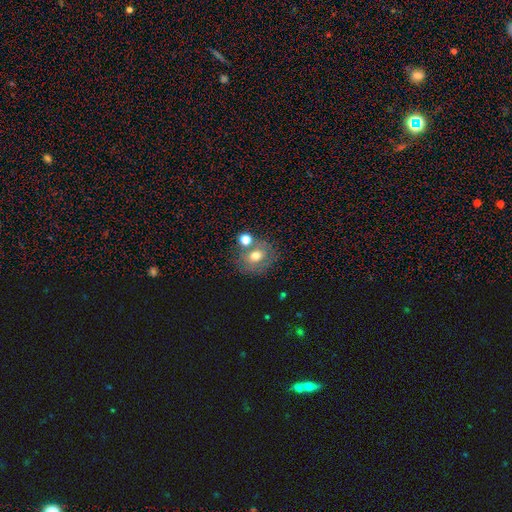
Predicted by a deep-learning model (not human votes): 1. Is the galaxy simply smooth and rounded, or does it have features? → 65% smooth, 21% featured or disk, 14% star or artifact.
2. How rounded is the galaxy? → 64% round, 34% in between, 1% cigar-shaped.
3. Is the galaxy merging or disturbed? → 60% none, 21% merger, 13% minor disturbance, 6% major disturbance.